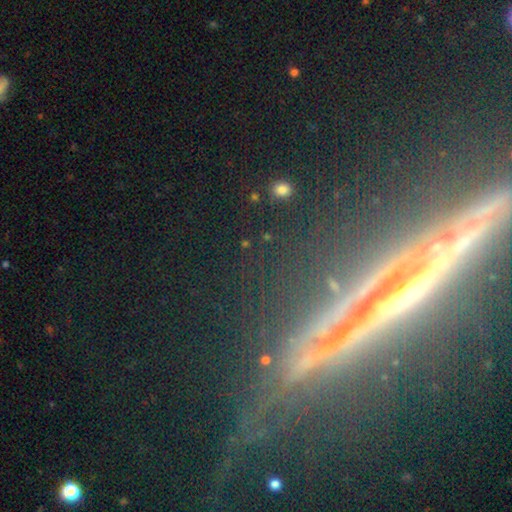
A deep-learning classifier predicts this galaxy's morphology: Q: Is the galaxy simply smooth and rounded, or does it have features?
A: featured or disk — 51%.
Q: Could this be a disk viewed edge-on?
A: yes — 75%.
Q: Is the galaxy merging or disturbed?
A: none — 79%.